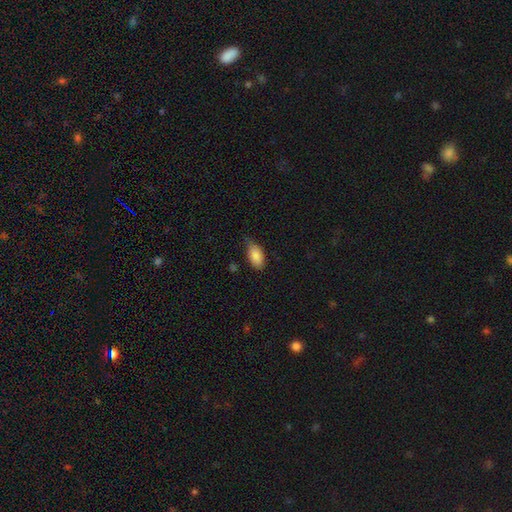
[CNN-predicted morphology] Smooth or featured?
  - smooth: 87% *
  - star or artifact: 7%
  - featured or disk: 7%
How rounded?
  - in between: 93% *
  - cigar-shaped: 4%
  - round: 3%
Merging?
  - none: 60% *
  - minor disturbance: 33%
  - major disturbance: 5%
  - merger: 2%